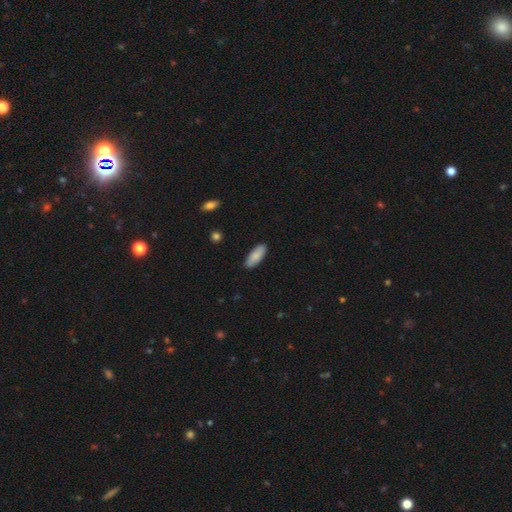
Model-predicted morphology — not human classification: smooth_or_featured: smooth (p=0.87) [alt: featured or disk p=0.08]
how_rounded: in between (p=0.79) [alt: cigar-shaped p=0.19]
merging: none (p=0.88) [alt: minor disturbance p=0.09]